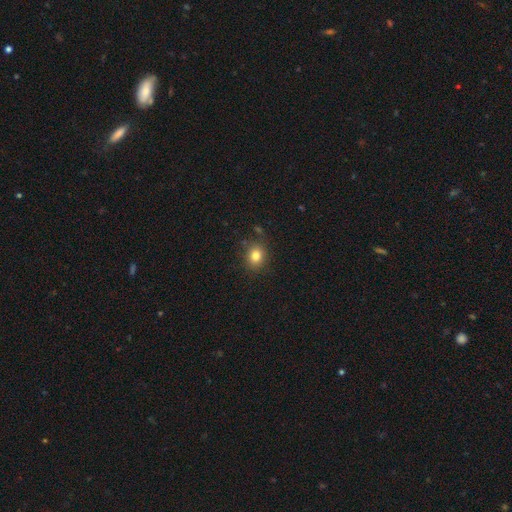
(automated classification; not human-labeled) smooth 81%, star or artifact 12%, featured or disk 7%. Down the decision tree: how rounded — round (67%); merging — none (84%).